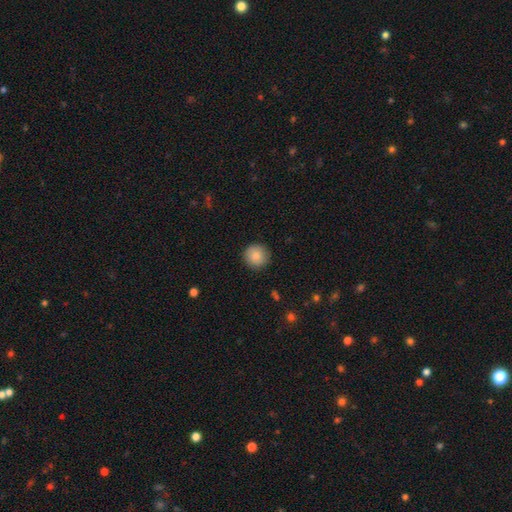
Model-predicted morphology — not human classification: A smooth galaxy with no disk features (83%) that is round (95%).

Vote fractions:
- Smooth or featured? smooth: 83% / featured or disk: 8% / star or artifact: 8%
- How rounded? round: 95% / in between: 4% / cigar-shaped: 1%
- Merging? none: 90% / minor disturbance: 7% / major disturbance: 2% / merger: 1%